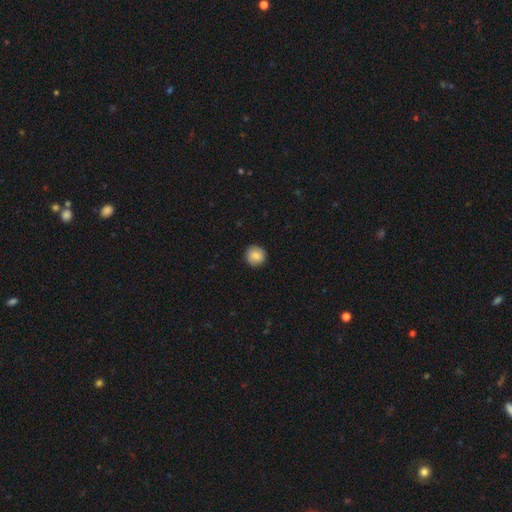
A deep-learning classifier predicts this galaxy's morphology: smooth-or-featured: smooth: 86% | star or artifact: 8% | featured or disk: 6%
  how-rounded: round: 94% | in between: 5% | cigar-shaped: 1%
  merging: none: 91% | minor disturbance: 6% | major disturbance: 2% | merger: 1%